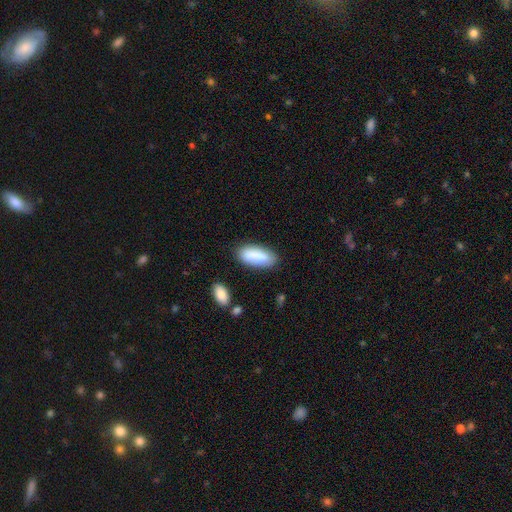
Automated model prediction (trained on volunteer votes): smooth-or-featured: smooth: 87% | featured or disk: 7% | star or artifact: 6%
  how-rounded: in between: 79% | cigar-shaped: 19% | round: 2%
  merging: none: 79% | minor disturbance: 14% | major disturbance: 4% | merger: 3%